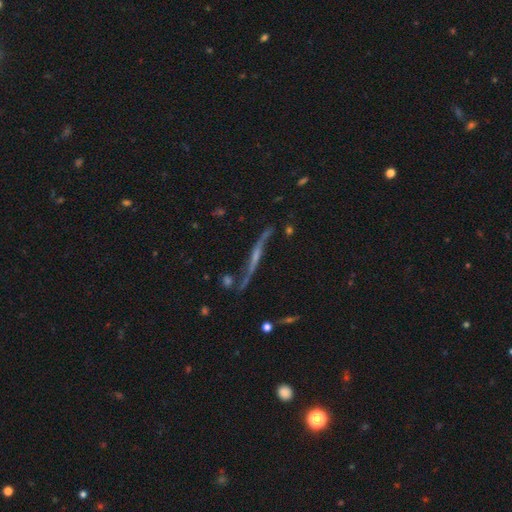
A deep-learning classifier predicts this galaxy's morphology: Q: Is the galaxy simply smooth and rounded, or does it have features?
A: featured or disk — 77%.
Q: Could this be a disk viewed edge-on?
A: yes — 76%.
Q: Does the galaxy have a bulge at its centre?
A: none — 44%.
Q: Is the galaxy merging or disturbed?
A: none — 63%.